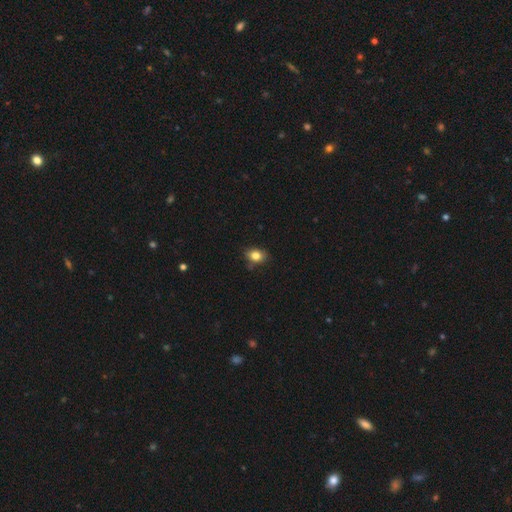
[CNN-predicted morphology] smooth 80%, star or artifact 10%, featured or disk 9%. Down the decision tree: how rounded — in between (60%); merging — none (72%).